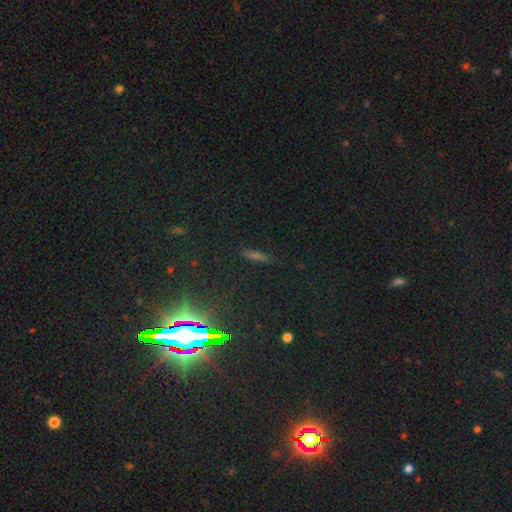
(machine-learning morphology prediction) Smooth or featured? Predicted: star or artifact (p=0.42).